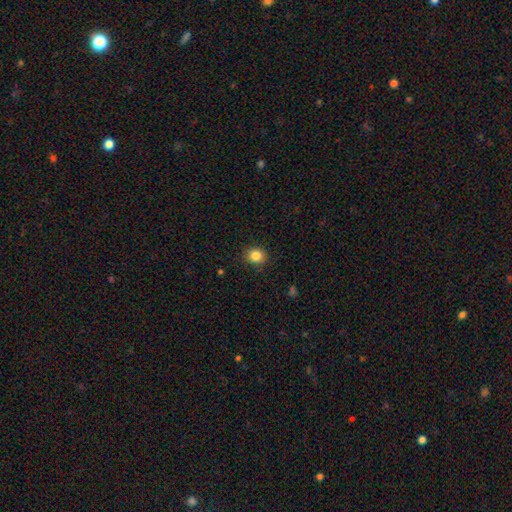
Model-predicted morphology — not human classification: A smooth galaxy with no disk features (85%) that is round (81%). Merging: none (89%).